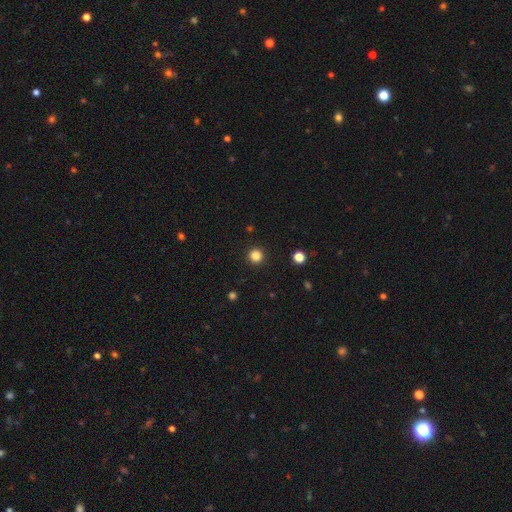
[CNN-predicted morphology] This appears to be a smooth galaxy with no disk features (84%) that is round (96%). Merging: none (93%).